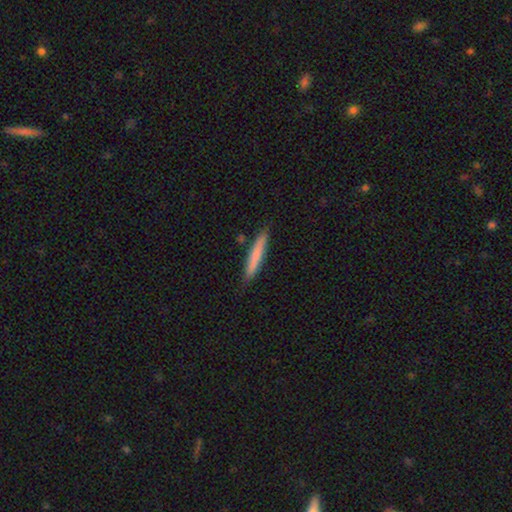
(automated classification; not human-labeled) A smooth galaxy with no disk features (75%) that is cigar-shaped (94%).

Vote fractions:
- Smooth or featured? smooth: 75% / featured or disk: 20% / star or artifact: 6%
- How rounded? cigar-shaped: 94% / in between: 5% / round: 1%
- Merging? none: 86% / minor disturbance: 10% / merger: 2% / major disturbance: 2%